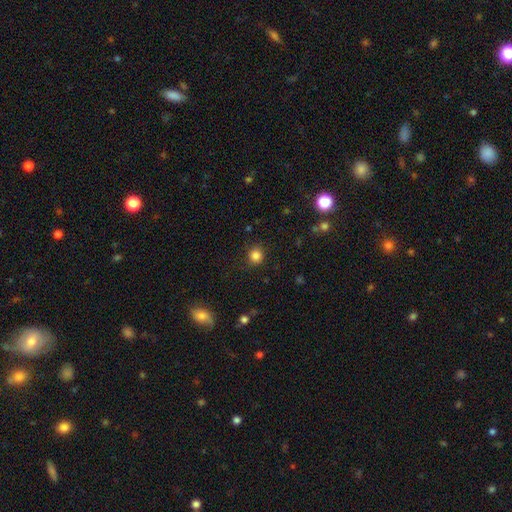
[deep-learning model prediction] smooth 84%, star or artifact 12%, featured or disk 4%. Down the decision tree: how rounded — round (86%); merging — none (86%).